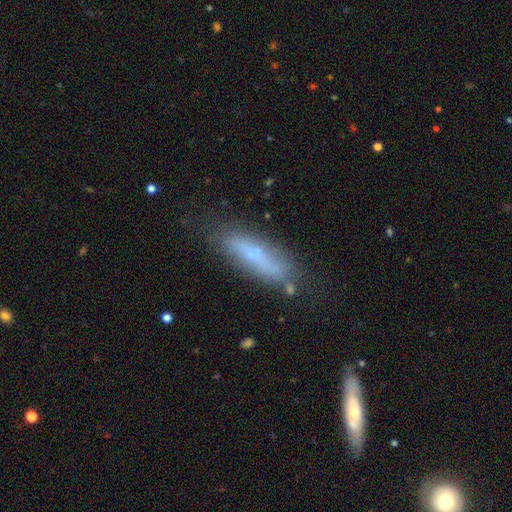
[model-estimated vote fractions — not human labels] Smooth or featured? smooth (61%)
How rounded? cigar-shaped (69%)
Merging? none (69%)